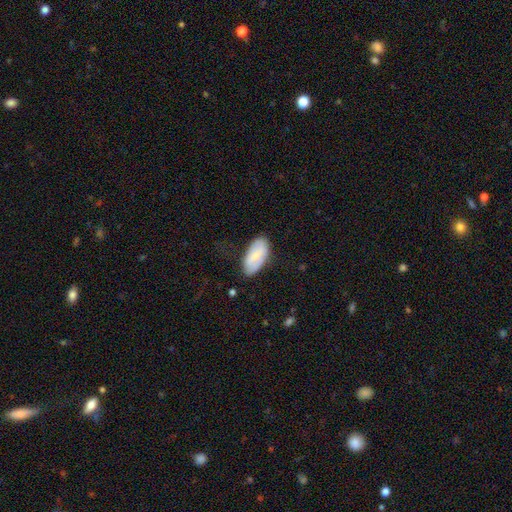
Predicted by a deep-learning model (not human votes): A smooth galaxy with no disk features (66%) that is in between round and cigar-shaped (93%). Merging: none (76%).